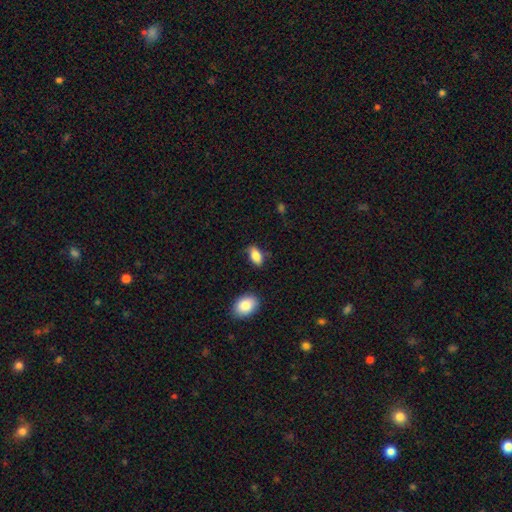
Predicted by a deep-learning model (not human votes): A smooth galaxy with no disk features (84%) that is in between round and cigar-shaped (90%). Merging: none (74%).